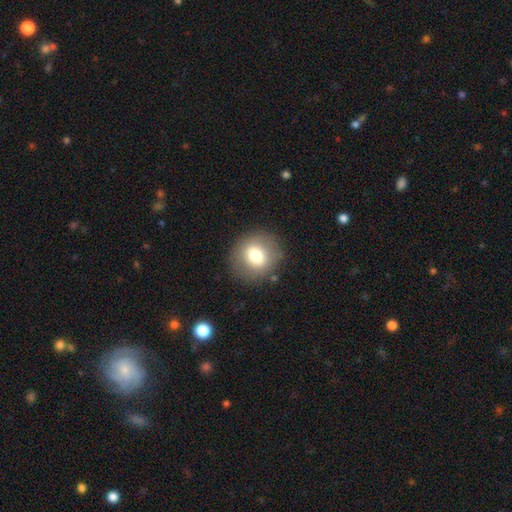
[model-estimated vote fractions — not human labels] smooth 71%, featured or disk 19%, star or artifact 10%. Down the decision tree: how rounded — round (84%); merging — none (85%).